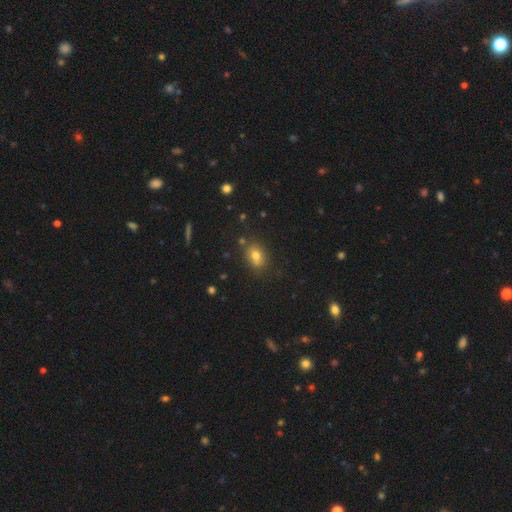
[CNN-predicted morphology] This appears to be a smooth galaxy with no disk features (74%) that is in between round and cigar-shaped (64%). Merging: none (75%).